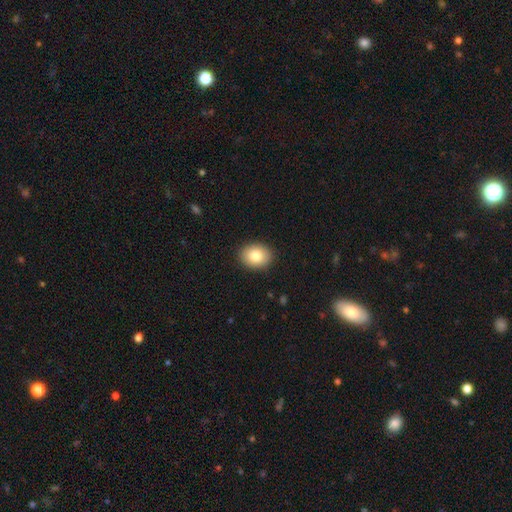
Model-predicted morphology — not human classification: This appears to be a smooth galaxy with no disk features (83%) that is in between round and cigar-shaped (57%). Merging: none (90%).